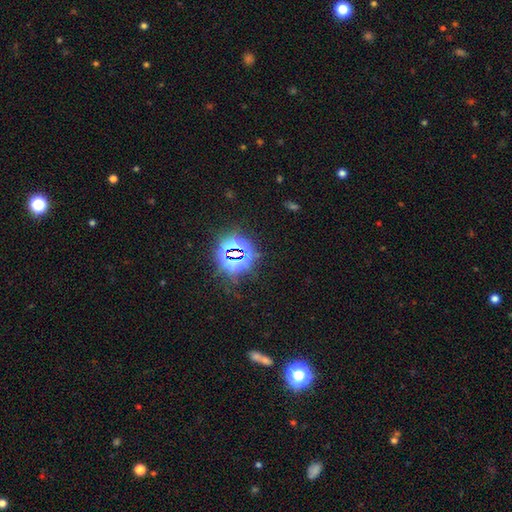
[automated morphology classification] This is clearly a star or artifact rather than a galaxy (81%).